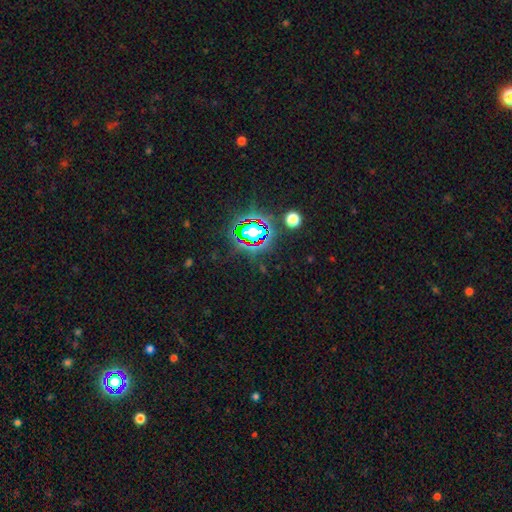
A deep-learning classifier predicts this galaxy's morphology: Smooth or featured: star or artifact — 81% (smooth — 11%)